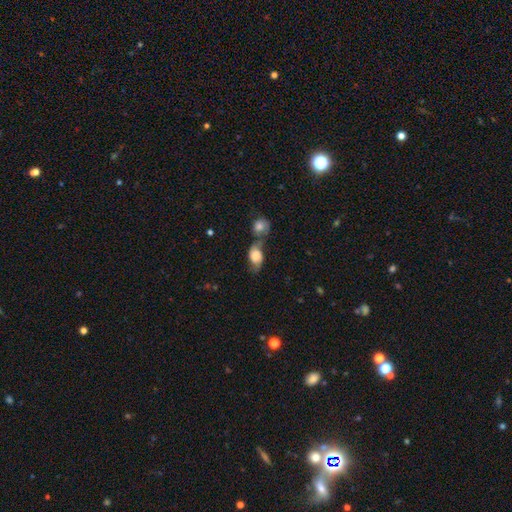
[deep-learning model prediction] The model was most divided on "merging": merger: 45%, none: 29%, minor disturbance: 16%, major disturbance: 10%. More confident: how rounded — in between (73%); smooth or featured — smooth (66%).